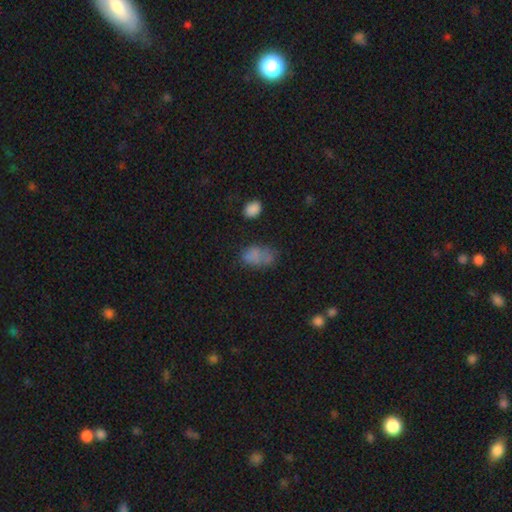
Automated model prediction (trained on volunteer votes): Smooth or featured? smooth (71%)
How rounded? in between (85%)
Merging? none (44%)